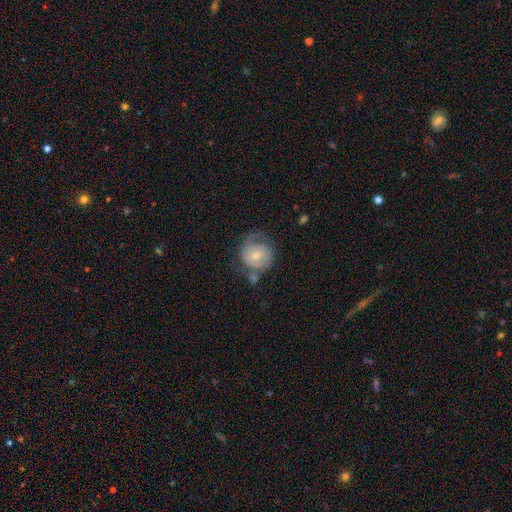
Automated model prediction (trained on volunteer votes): Q: Smooth or featured?
A: featured or disk (61%); runner-up: smooth (33%)
Q: Edge-on disk?
A: no (97%); runner-up: yes (3%)
Q: Bar?
A: no (63%); runner-up: weak (31%)
Q: Spiral arms?
A: yes (82%); runner-up: no (18%)
Q: Bulge size?
A: small (50%); runner-up: moderate (45%)
Q: Merging?
A: none (46%); runner-up: minor disturbance (23%)